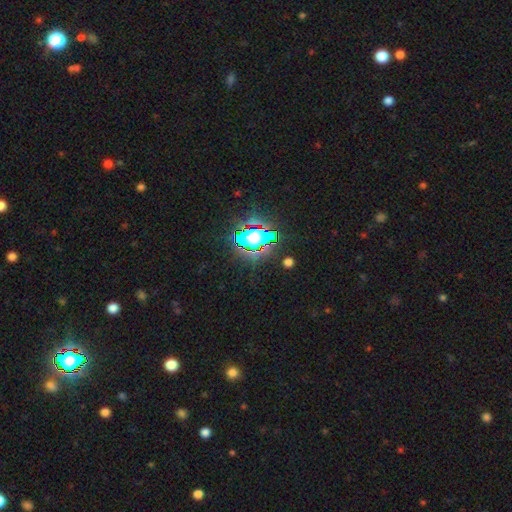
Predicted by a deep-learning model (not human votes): star or artifact 72%, smooth 18%, featured or disk 11%.